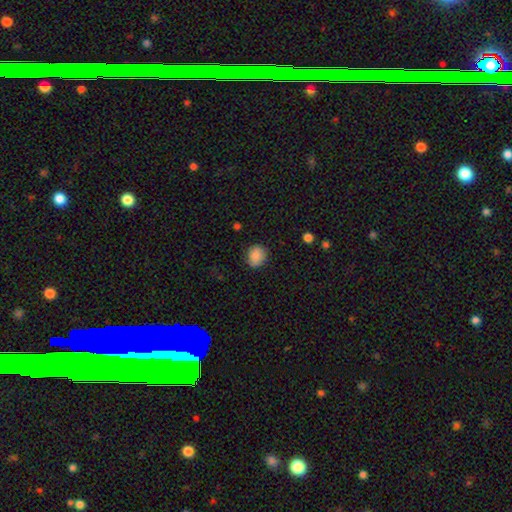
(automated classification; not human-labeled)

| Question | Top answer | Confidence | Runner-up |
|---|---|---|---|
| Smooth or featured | smooth | 87% | star or artifact (8%) |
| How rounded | round | 63% | in between (36%) |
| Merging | none | 82% | minor disturbance (14%) |